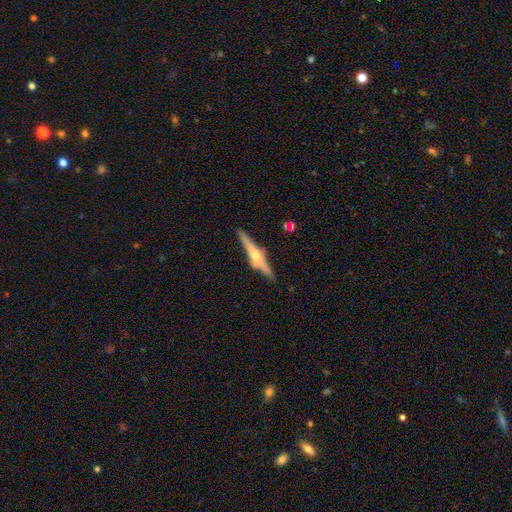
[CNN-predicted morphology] Smooth or featured?
  - featured or disk: 69% *
  - smooth: 24%
  - star or artifact: 6%
Edge-on disk?
  - yes: 96% *
  - no: 4%
Edge-on bulge?
  - rounded: 88% *
  - boxy: 6%
  - none: 6%
Merging?
  - none: 83% *
  - minor disturbance: 12%
  - major disturbance: 3%
  - merger: 2%